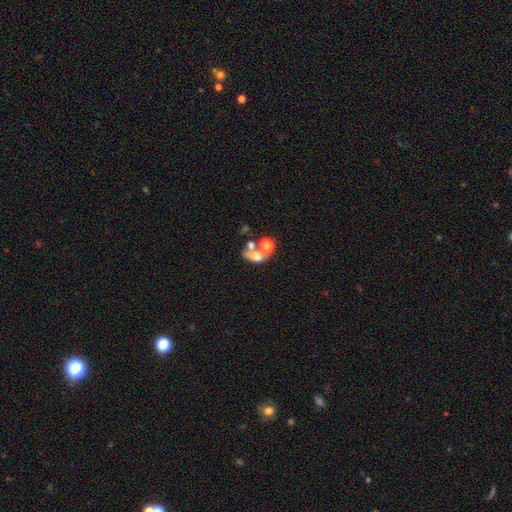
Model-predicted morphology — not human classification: smooth 60%, featured or disk 25%, star or artifact 16%. Down the decision tree: how rounded — in between (69%); merging — merger (53%).